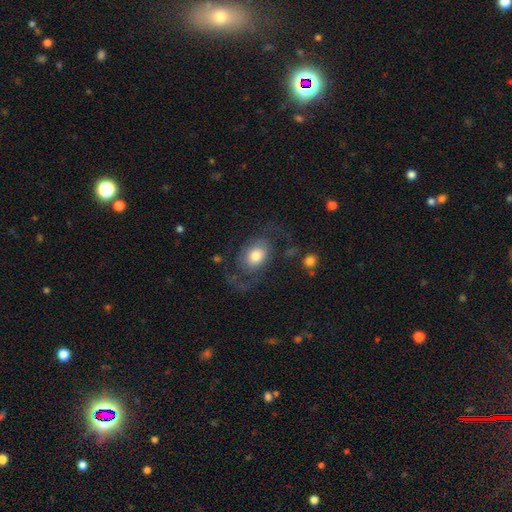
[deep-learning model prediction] Q: Smooth or featured?
A: featured or disk (51%); runner-up: smooth (42%)
Q: Edge-on disk?
A: no (95%); runner-up: yes (5%)
Q: Merging?
A: none (49%); runner-up: major disturbance (30%)